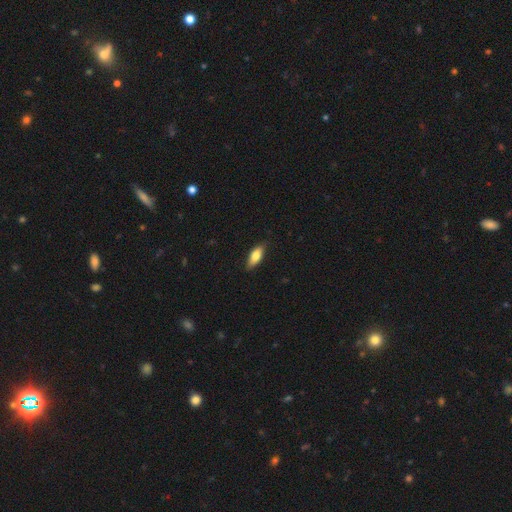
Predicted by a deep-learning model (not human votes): Morphology: type=smooth (78%); roundness=in between (76%); merging=none (83%).